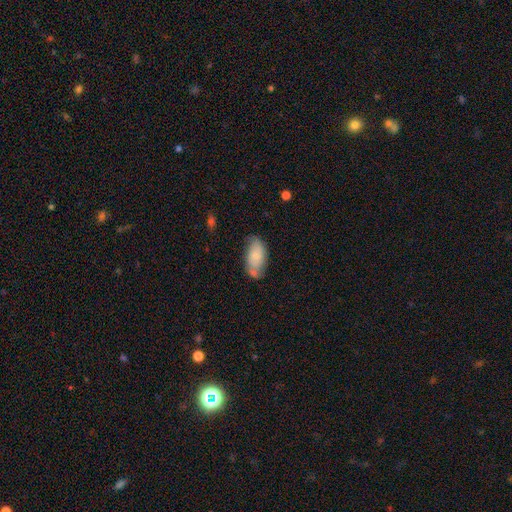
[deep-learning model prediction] smooth_or_featured: smooth (p=0.67) [alt: featured or disk p=0.27]
how_rounded: in between (p=0.93) [alt: cigar-shaped p=0.04]
merging: none (p=0.50) [alt: minor disturbance p=0.30]